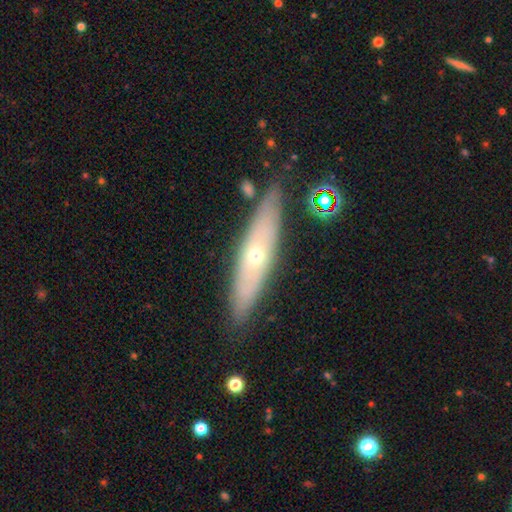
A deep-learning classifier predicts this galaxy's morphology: Smooth or featured? Predicted: featured or disk (p=0.57). Edge-on disk? Predicted: yes (p=0.60). Merging? Predicted: none (p=0.83).